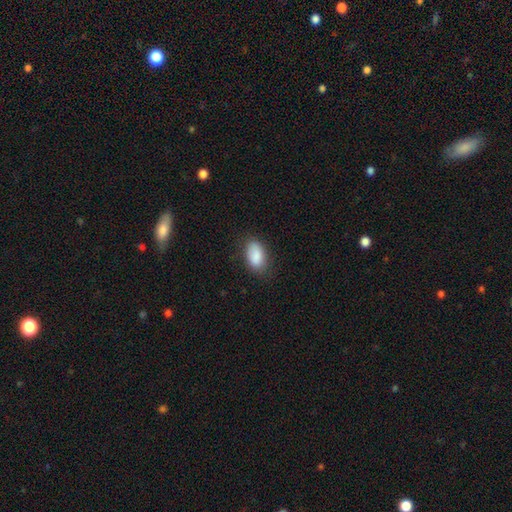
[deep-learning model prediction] A smooth galaxy with no disk features (88%) that is in between round and cigar-shaped (92%).

Vote fractions:
- Smooth or featured? smooth: 88% / star or artifact: 7% / featured or disk: 5%
- How rounded? in between: 92% / round: 5% / cigar-shaped: 3%
- Merging? none: 77% / minor disturbance: 18% / major disturbance: 4% / merger: 1%